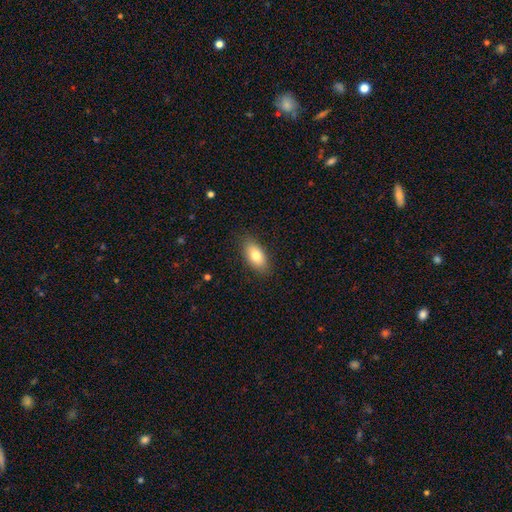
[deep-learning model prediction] The model was most divided on "smooth or featured": smooth: 79%, featured or disk: 14%, star or artifact: 7%. More confident: how rounded — in between (90%); merging — none (86%).